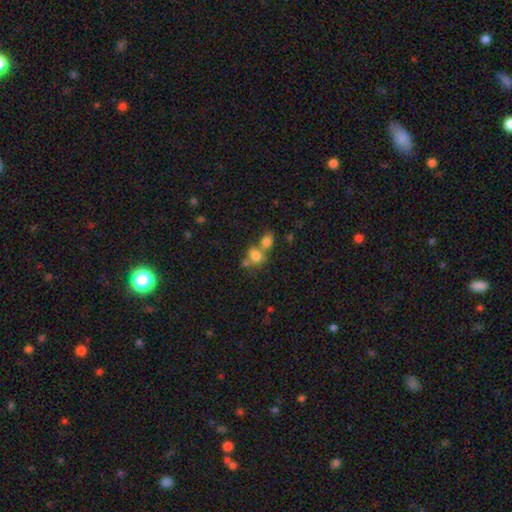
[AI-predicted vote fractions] Morphology: type=smooth (75%); roundness=round (54%); merging=merger (53%).